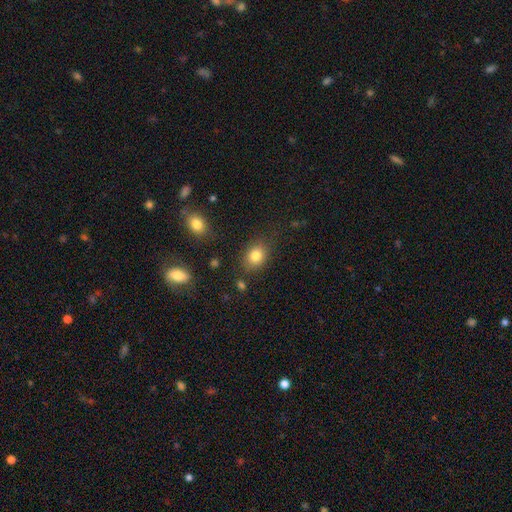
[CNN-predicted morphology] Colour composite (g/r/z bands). It shows a smooth galaxy with no disk features (82%) that is in between round and cigar-shaped (52%). Merging: none (79%).